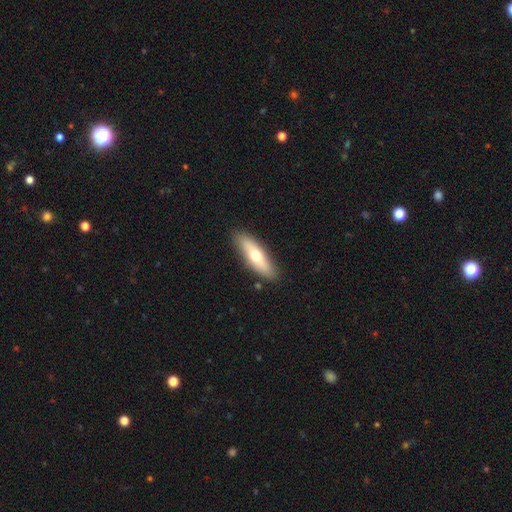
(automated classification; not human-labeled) Smooth or featured? smooth (59%)
How rounded? cigar-shaped (54%)
Merging? none (87%)